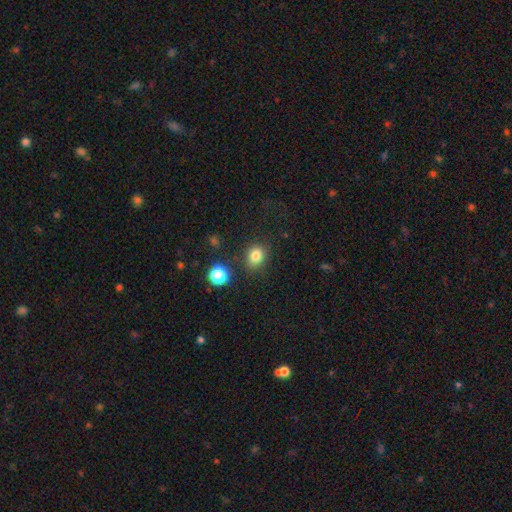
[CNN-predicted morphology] The model was most divided on "how rounded": round: 55%, in between: 44%, cigar-shaped: 1%. More confident: smooth or featured — smooth (81%); merging — none (79%).